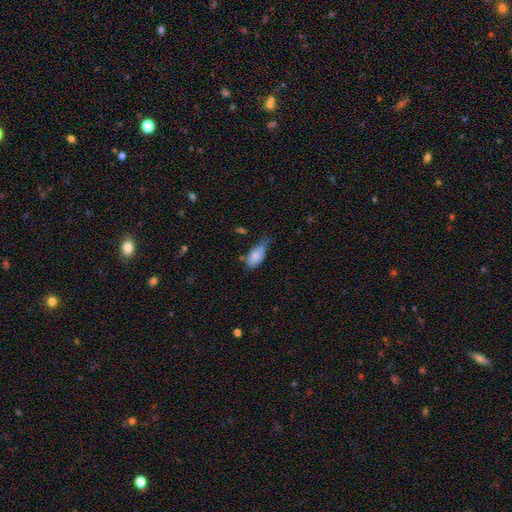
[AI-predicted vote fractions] Q: Smooth or featured?
A: smooth (79%); runner-up: featured or disk (14%)
Q: How rounded?
A: in between (91%); runner-up: round (5%)
Q: Merging?
A: minor disturbance (48%); runner-up: none (33%)